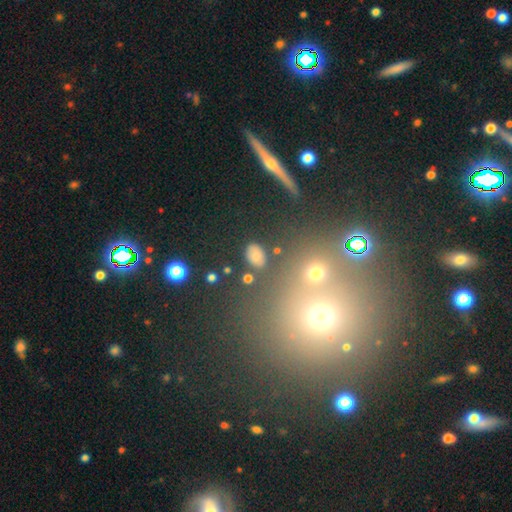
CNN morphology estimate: Smooth or featured?
  - smooth: 72% *
  - star or artifact: 19%
  - featured or disk: 9%
How rounded?
  - in between: 78% *
  - round: 20%
  - cigar-shaped: 2%
Merging?
  - none: 81% *
  - minor disturbance: 12%
  - major disturbance: 4%
  - merger: 3%